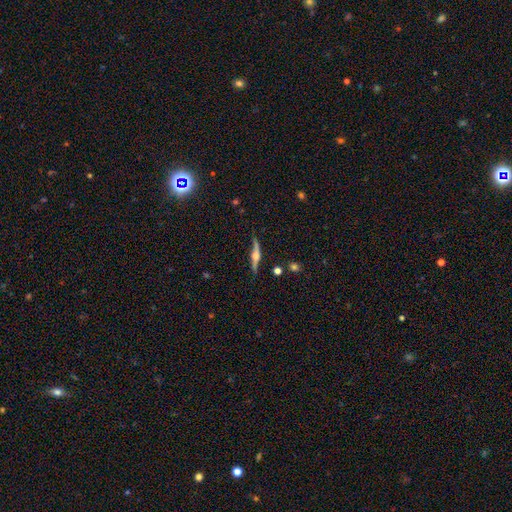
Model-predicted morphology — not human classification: type=featured or disk (77%); edge-on=yes (94%); edge-on bulge=rounded (91%); merging=none (78%).